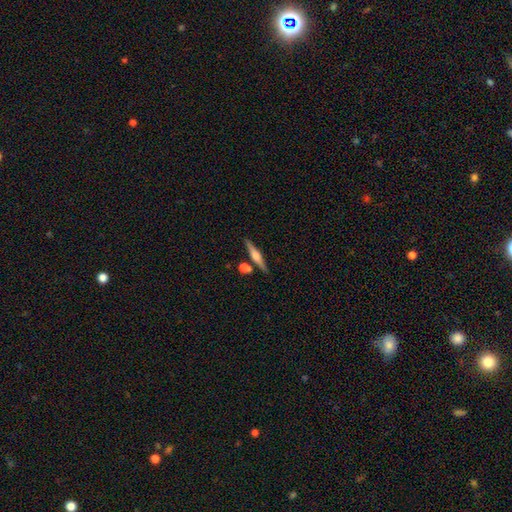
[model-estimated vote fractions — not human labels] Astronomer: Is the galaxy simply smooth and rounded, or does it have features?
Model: featured or disk — 58% (runner-up: smooth, 35%).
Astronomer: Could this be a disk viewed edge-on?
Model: yes — 97%.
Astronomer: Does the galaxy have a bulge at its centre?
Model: rounded — 79%.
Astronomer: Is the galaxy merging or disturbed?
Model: none — 78%.